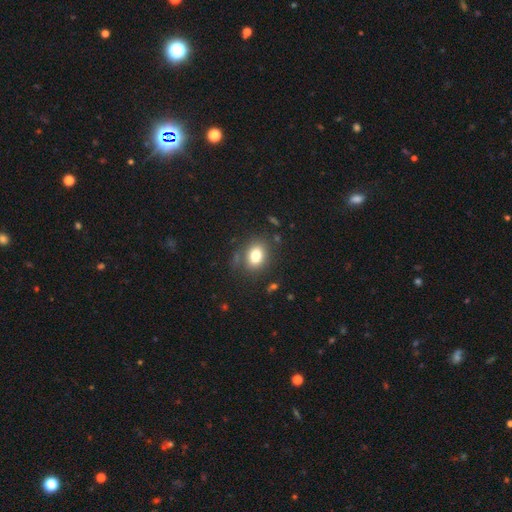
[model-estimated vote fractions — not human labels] Smooth or featured?
  - smooth: 78% *
  - featured or disk: 11%
  - star or artifact: 10%
How rounded?
  - in between: 63% *
  - round: 36%
  - cigar-shaped: 1%
Merging?
  - none: 77% *
  - minor disturbance: 14%
  - major disturbance: 5%
  - merger: 3%